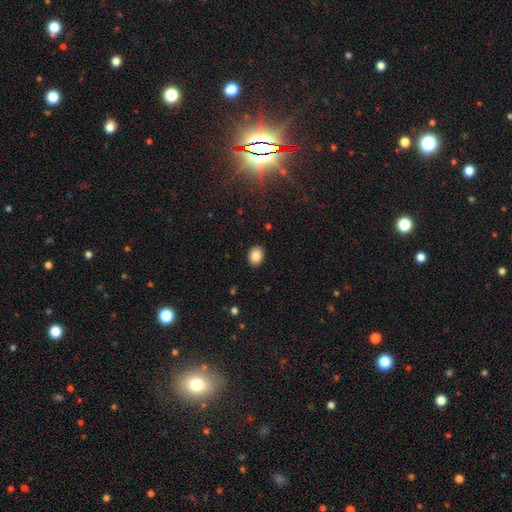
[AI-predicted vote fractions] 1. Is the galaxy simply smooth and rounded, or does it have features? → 86% smooth, 9% star or artifact, 6% featured or disk.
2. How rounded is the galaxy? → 58% in between, 41% round, 1% cigar-shaped.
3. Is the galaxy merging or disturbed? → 90% none, 7% minor disturbance, 2% major disturbance, 1% merger.